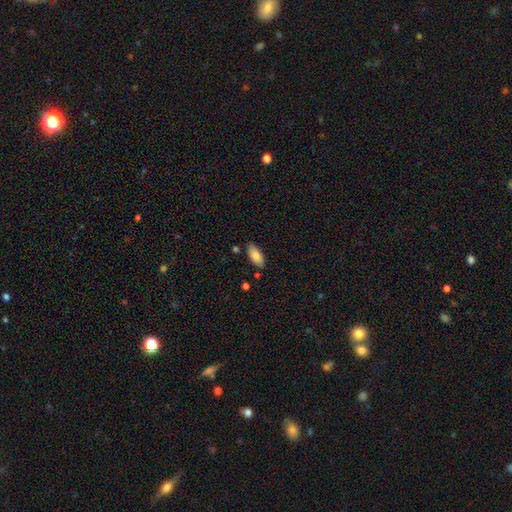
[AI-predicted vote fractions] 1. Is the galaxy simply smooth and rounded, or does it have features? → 82% smooth, 11% featured or disk, 7% star or artifact.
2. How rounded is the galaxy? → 89% in between, 9% cigar-shaped, 2% round.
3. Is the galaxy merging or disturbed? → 81% none, 13% minor disturbance, 4% merger, 2% major disturbance.